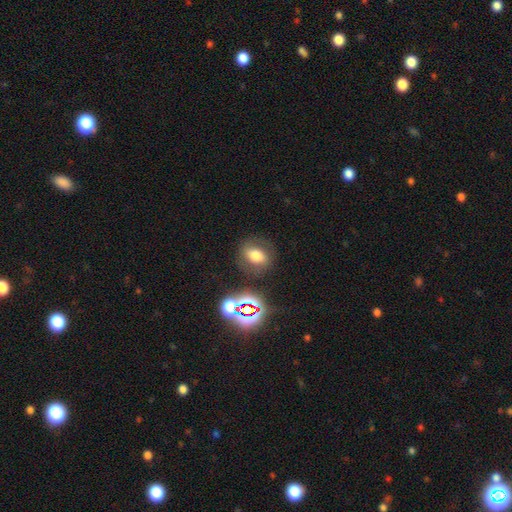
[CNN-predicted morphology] smooth-or-featured: smooth: 57% | featured or disk: 24% | star or artifact: 18%
  how-rounded: in between: 54% | round: 44% | cigar-shaped: 2%
  merging: none: 76% | minor disturbance: 13% | major disturbance: 7% | merger: 4%